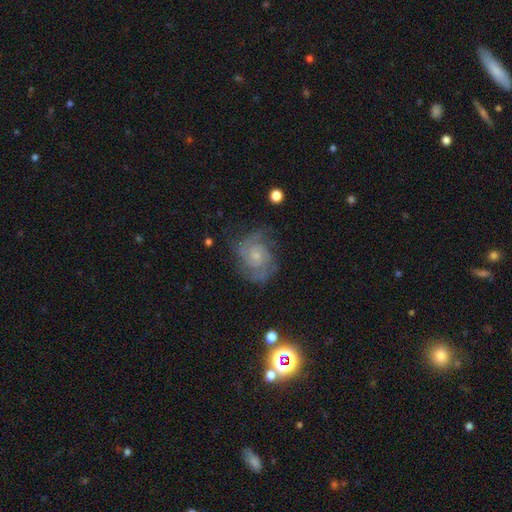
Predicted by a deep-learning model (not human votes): Morphology: type=featured or disk (85%); edge-on=no (98%); bar=no (71%); spiral arms=yes (96%); winding=tight (54%); arm count=2 (53%); bulge=small (71%); merging=none (72%).